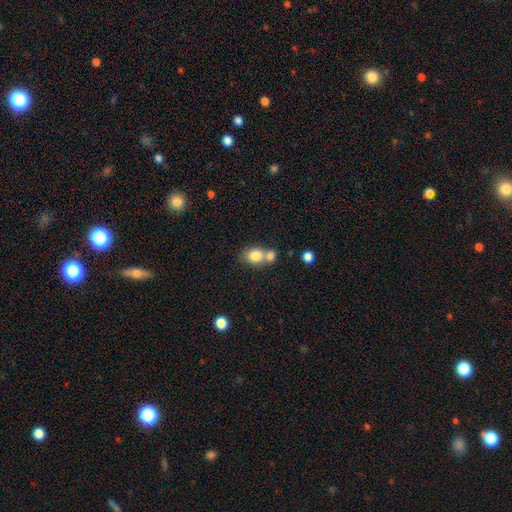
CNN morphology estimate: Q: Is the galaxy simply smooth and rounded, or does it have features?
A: smooth — 80%.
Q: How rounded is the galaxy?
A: in between — 50%.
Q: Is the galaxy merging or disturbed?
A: merger — 52%.